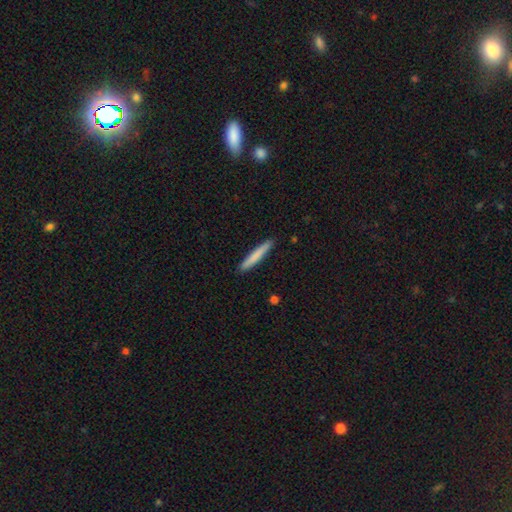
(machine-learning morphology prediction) Smooth or featured?
  - smooth: 76% *
  - featured or disk: 19%
  - star or artifact: 5%
How rounded?
  - cigar-shaped: 96% *
  - in between: 3%
  - round: 1%
Merging?
  - none: 91% *
  - minor disturbance: 6%
  - major disturbance: 1%
  - merger: 1%